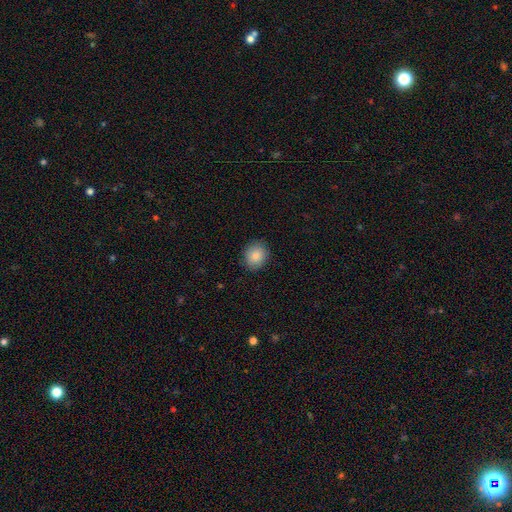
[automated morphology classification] A smooth galaxy with no disk features (86%) that is round (66%). Merging: none (87%).